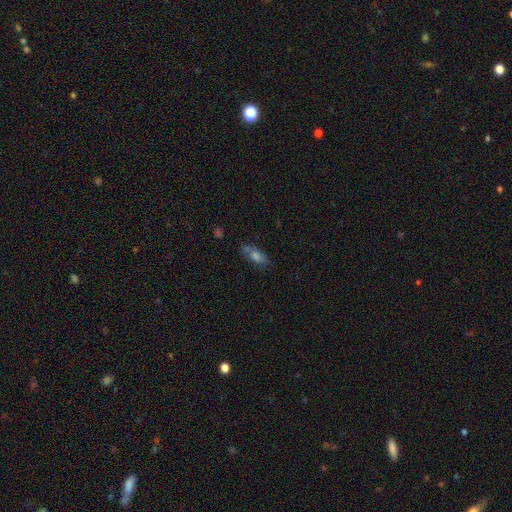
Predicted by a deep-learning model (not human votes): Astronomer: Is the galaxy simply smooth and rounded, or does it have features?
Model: smooth — 59%.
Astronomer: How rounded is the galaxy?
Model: in between — 71%.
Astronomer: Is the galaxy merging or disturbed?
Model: none — 69%.